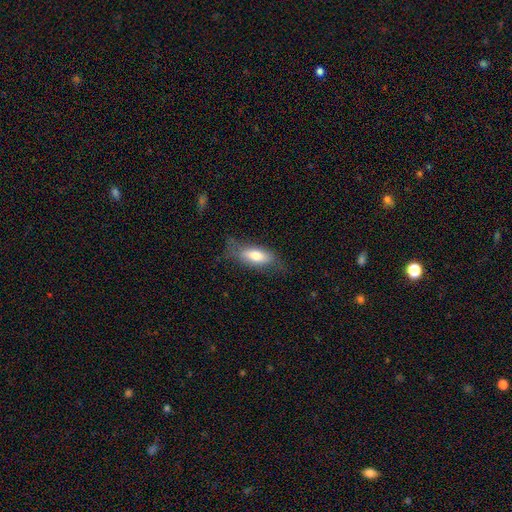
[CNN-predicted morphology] This appears to be a smooth galaxy with no disk features (71%) that is in between round and cigar-shaped (72%). Merging: none (66%).